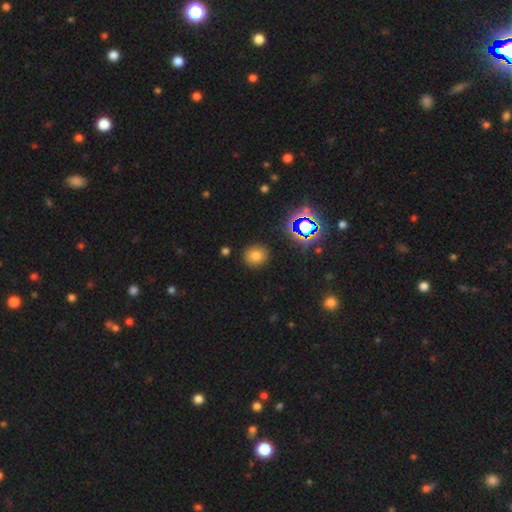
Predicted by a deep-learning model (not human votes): This appears to be a smooth galaxy with no disk features (71%) that is round (82%). Merging: none (88%).